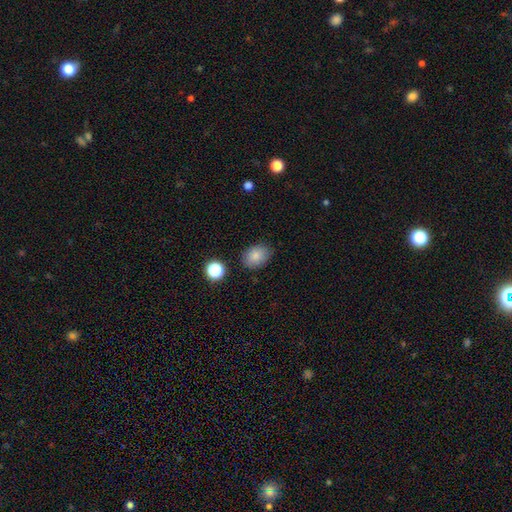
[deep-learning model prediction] smooth-or-featured: smooth: 83% | star or artifact: 10% | featured or disk: 7%
  how-rounded: in between: 68% | round: 31% | cigar-shaped: 1%
  merging: none: 80% | minor disturbance: 14% | major disturbance: 3% | merger: 2%